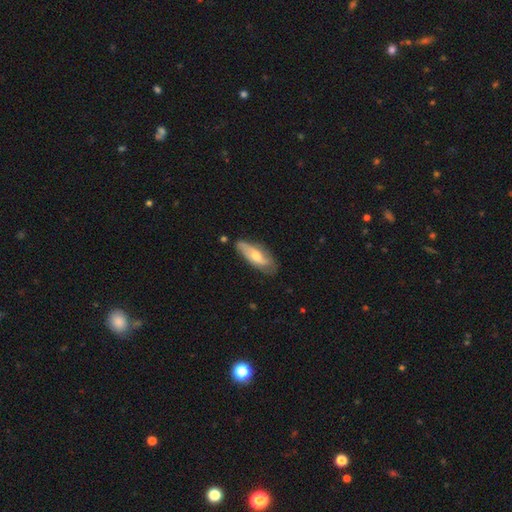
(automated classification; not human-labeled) This appears to be a featured or disk galaxy (48%). Merging: none (68%).